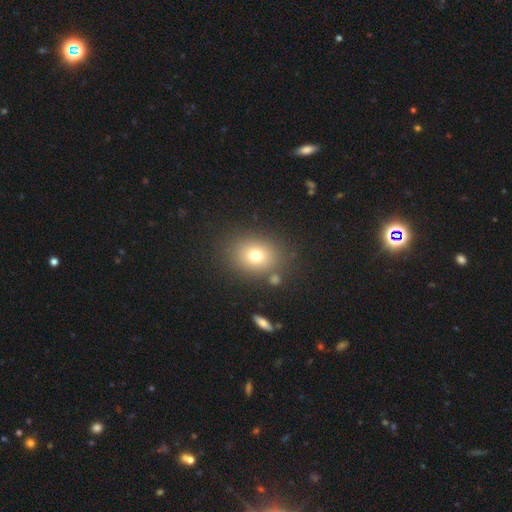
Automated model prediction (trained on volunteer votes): smooth-or-featured: smooth: 73% | star or artifact: 14% | featured or disk: 12%
  how-rounded: round: 50% | in between: 49% | cigar-shaped: 1%
  merging: none: 81% | minor disturbance: 10% | merger: 5% | major disturbance: 4%